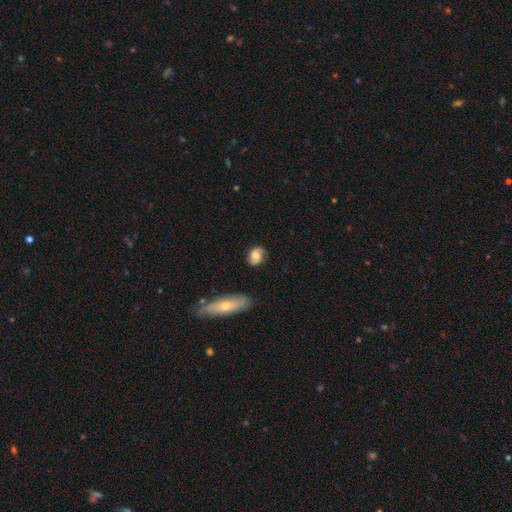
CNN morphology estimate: Smooth or featured? smooth (50%)
How rounded? in between (60%)
Merging? none (73%)